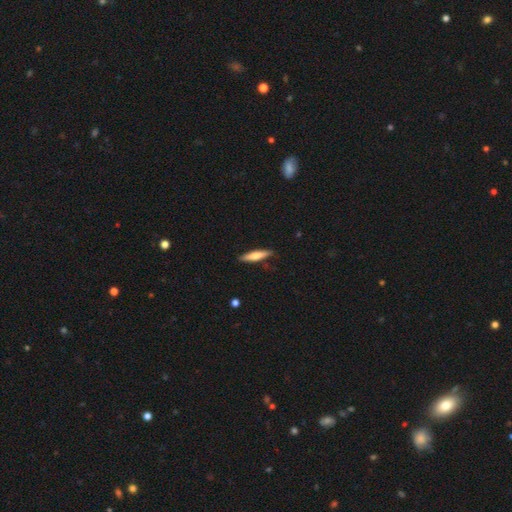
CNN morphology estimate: smooth-or-featured: smooth: 59% | featured or disk: 35% | star or artifact: 6%
  how-rounded: cigar-shaped: 81% | in between: 17% | round: 2%
  merging: none: 86% | minor disturbance: 11% | major disturbance: 2% | merger: 1%